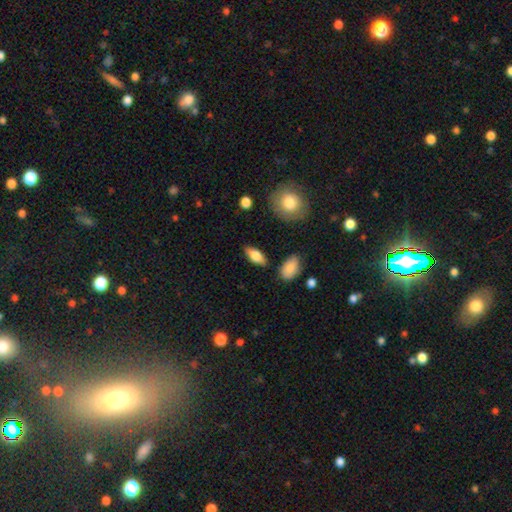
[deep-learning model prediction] The model was most divided on "smooth or featured": smooth: 72%, featured or disk: 22%, star or artifact: 6%. More confident: merging — none (83%); how rounded — in between (80%).